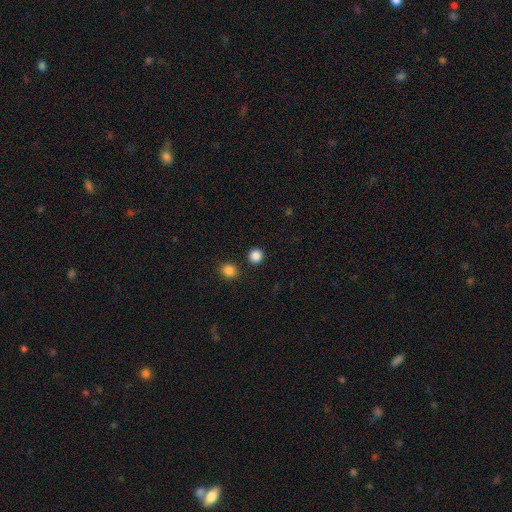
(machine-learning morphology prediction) smooth-or-featured: smooth: 86% | star or artifact: 11% | featured or disk: 3%
  how-rounded: round: 93% | in between: 6% | cigar-shaped: 1%
  merging: none: 88% | minor disturbance: 5% | merger: 4% | major disturbance: 2%